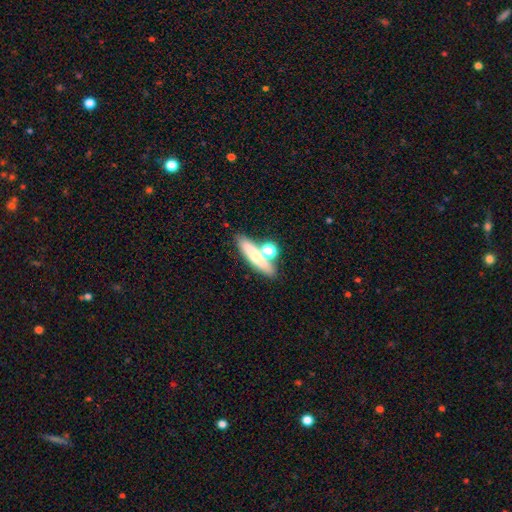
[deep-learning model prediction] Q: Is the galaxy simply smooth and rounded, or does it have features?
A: smooth — 62%.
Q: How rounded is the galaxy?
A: cigar-shaped — 56%.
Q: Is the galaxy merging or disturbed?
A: none — 61%.